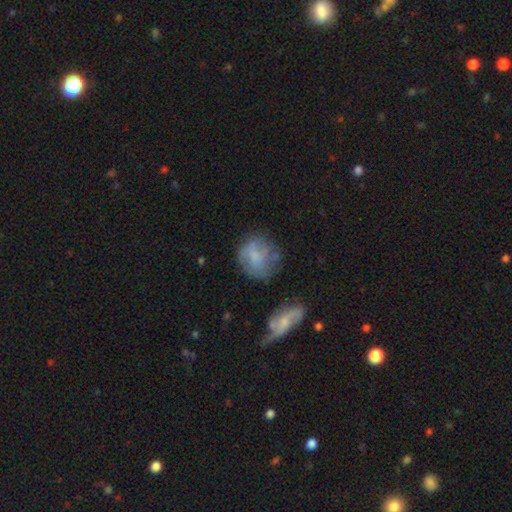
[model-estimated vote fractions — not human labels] Smooth or featured?
  - smooth: 52% *
  - featured or disk: 39%
  - star or artifact: 9%
How rounded?
  - round: 72% *
  - in between: 26%
  - cigar-shaped: 1%
Merging?
  - none: 56% *
  - minor disturbance: 24%
  - major disturbance: 14%
  - merger: 6%